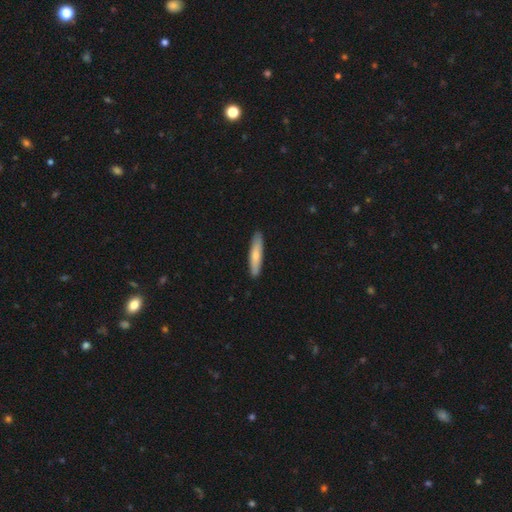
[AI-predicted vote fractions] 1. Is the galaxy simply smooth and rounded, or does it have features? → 74% smooth, 21% featured or disk, 5% star or artifact.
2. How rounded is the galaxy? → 85% cigar-shaped, 13% in between, 1% round.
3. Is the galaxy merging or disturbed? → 90% none, 8% minor disturbance, 1% major disturbance, 1% merger.